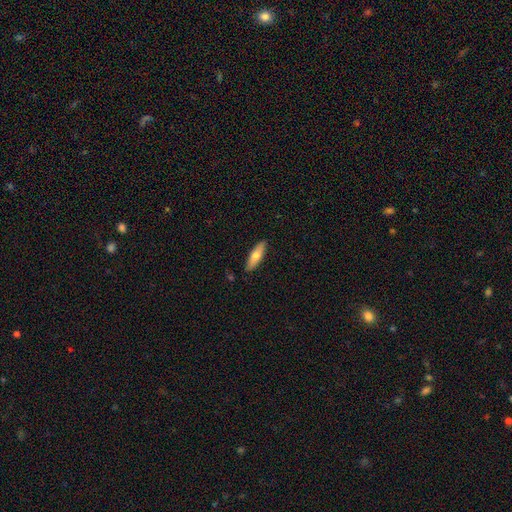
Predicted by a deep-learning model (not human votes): smooth 69%, featured or disk 25%, star or artifact 6%. Down the decision tree: how rounded — cigar-shaped (59%); merging — none (88%).